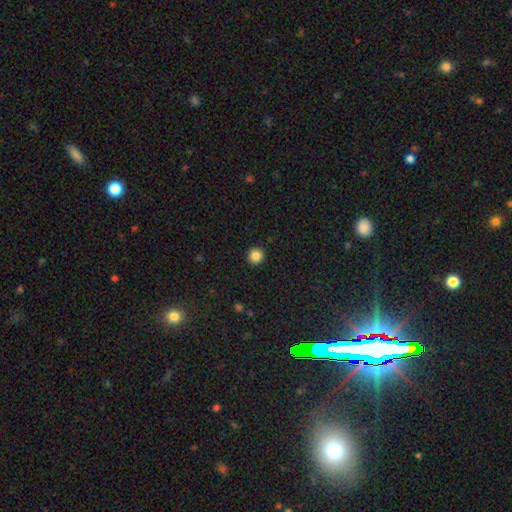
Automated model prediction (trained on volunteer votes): The model was most divided on "smooth or featured": smooth: 85%, star or artifact: 11%, featured or disk: 4%. More confident: how rounded — round (95%); merging — none (93%).